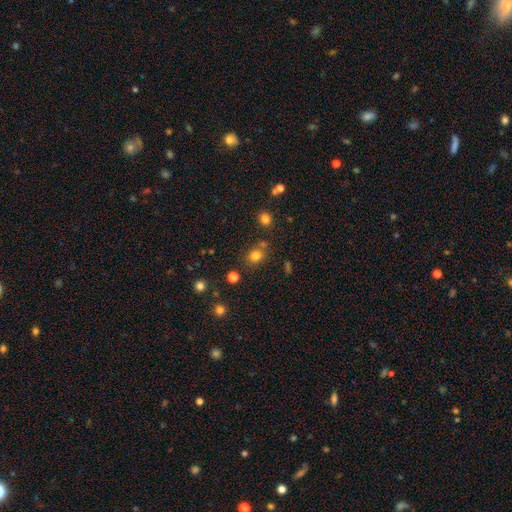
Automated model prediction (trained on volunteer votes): The model was most divided on "how rounded": round: 68%, in between: 31%, cigar-shaped: 1%. More confident: smooth or featured — smooth (78%); merging — none (72%).